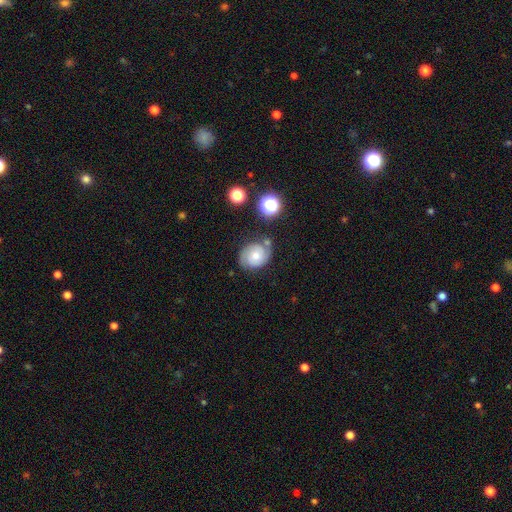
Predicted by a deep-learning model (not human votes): Smooth or featured?
  - featured or disk: 53% *
  - smooth: 36%
  - star or artifact: 11%
Edge-on disk?
  - no: 97% *
  - yes: 3%
Bar?
  - no: 74% *
  - weak: 22%
  - strong: 4%
Spiral arms?
  - yes: 84% *
  - no: 16%
Bulge size?
  - moderate: 53% *
  - small: 41%
  - large: 3%
  - none: 2%
  - dominant: 1%
Merging?
  - none: 66% *
  - minor disturbance: 19%
  - merger: 8%
  - major disturbance: 7%